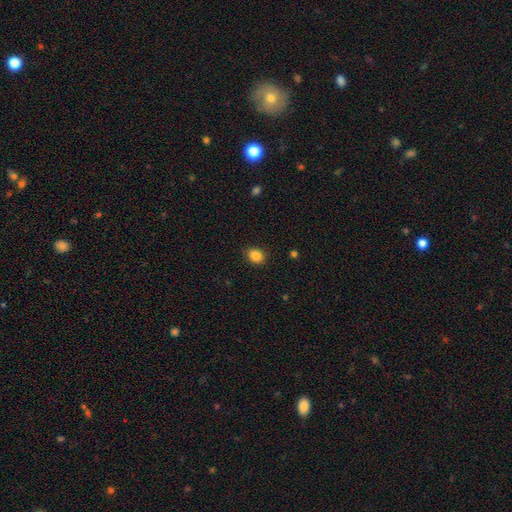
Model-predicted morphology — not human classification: smooth-or-featured: smooth: 86% | star or artifact: 10% | featured or disk: 4%
  how-rounded: in between: 50% | round: 49% | cigar-shaped: 1%
  merging: none: 87% | minor disturbance: 10% | major disturbance: 2% | merger: 1%